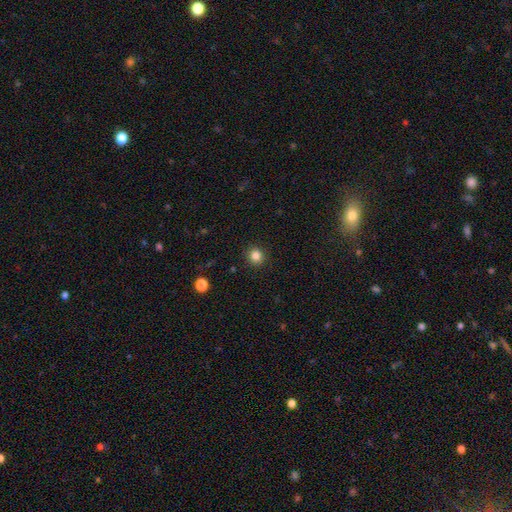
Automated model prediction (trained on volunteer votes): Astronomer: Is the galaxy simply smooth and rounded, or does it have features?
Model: smooth — 84%.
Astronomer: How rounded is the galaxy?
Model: round — 90%.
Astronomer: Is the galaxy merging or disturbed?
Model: none — 92%.